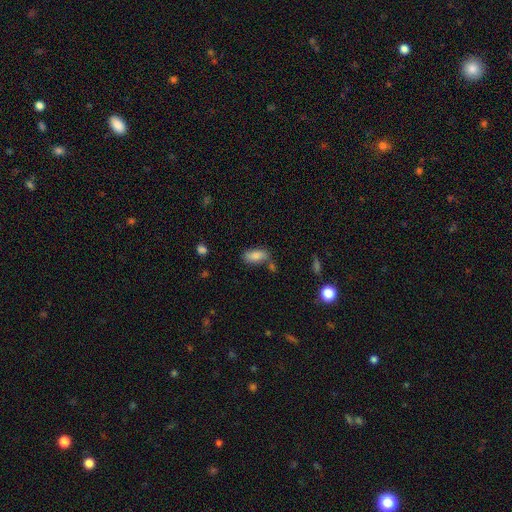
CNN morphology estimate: Overall: smooth (78%). How rounded: in between (89%). Merging: none (59%; minor disturbance 20%).